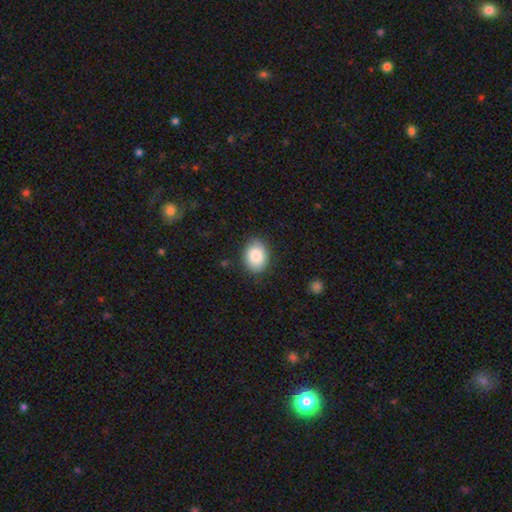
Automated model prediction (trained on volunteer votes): Smooth or featured?
  - smooth: 86% *
  - featured or disk: 7%
  - star or artifact: 7%
How rounded?
  - in between: 71% *
  - round: 28%
  - cigar-shaped: 1%
Merging?
  - none: 84% *
  - minor disturbance: 12%
  - major disturbance: 3%
  - merger: 1%